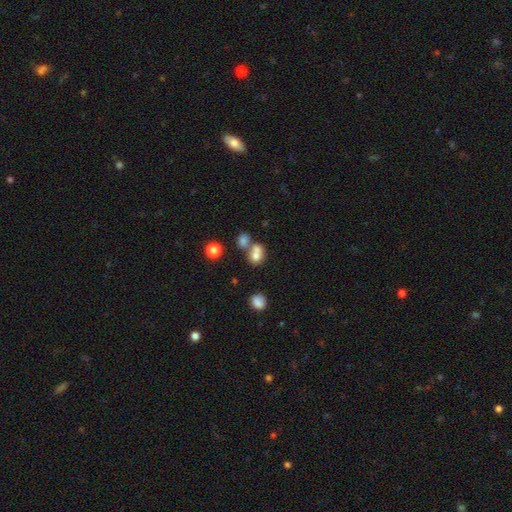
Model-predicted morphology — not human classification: This is likely a smooth galaxy (72%). How rounded: possibly in between (50%). Merging: possibly merger (60%).